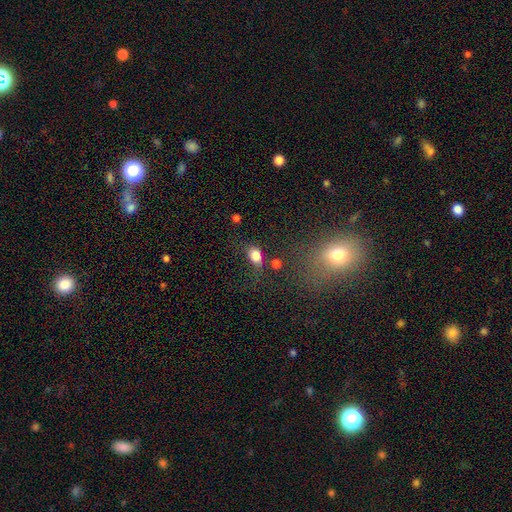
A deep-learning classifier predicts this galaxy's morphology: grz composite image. It shows a smooth galaxy with no disk features (81%) that is in between round and cigar-shaped (71%). Merging: none (49%).